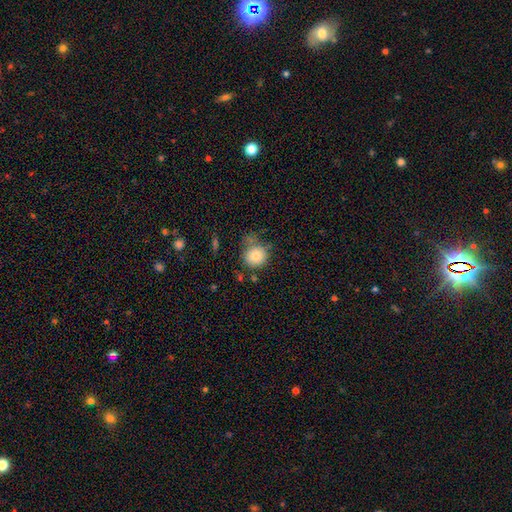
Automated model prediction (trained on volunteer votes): smooth 82%, star or artifact 10%, featured or disk 8%. Down the decision tree: how rounded — round (87%); merging — none (61%).